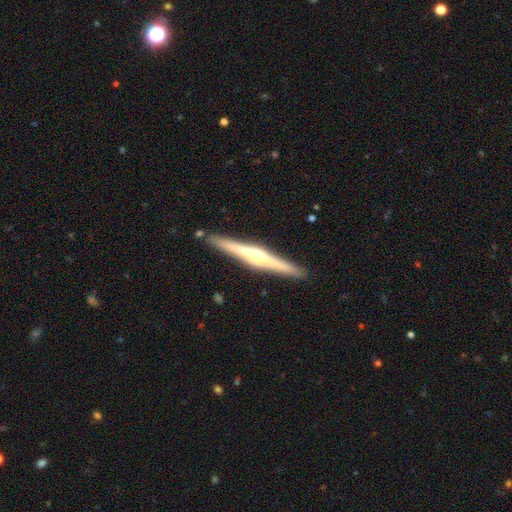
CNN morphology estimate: A featured or disk galaxy (79%) viewed edge-on (98%) with a rounded central bulge (83%).

Vote fractions:
- Smooth or featured? featured or disk: 79% / smooth: 16% / star or artifact: 5%
- Edge-on disk? yes: 98% / no: 2%
- Edge-on bulge? rounded: 83% / boxy: 9% / none: 7%
- Merging? none: 91% / minor disturbance: 6% / major disturbance: 1% / merger: 1%